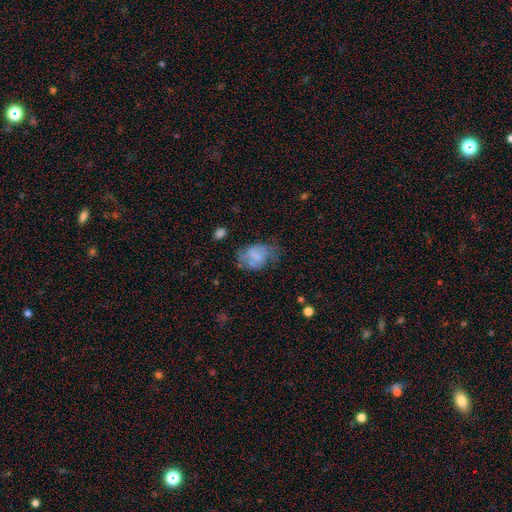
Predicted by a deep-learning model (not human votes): Morphology: type=smooth (58%); roundness=in between (72%); merging=none (41%).